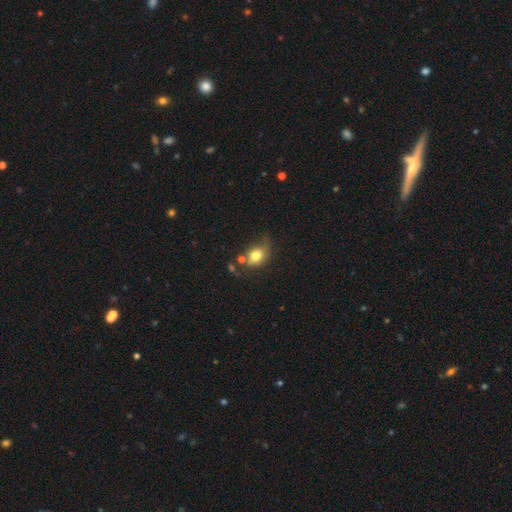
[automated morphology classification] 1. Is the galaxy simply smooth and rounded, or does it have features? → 76% smooth, 14% featured or disk, 10% star or artifact.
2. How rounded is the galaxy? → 54% in between, 45% round, 1% cigar-shaped.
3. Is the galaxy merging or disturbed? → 47% none, 26% minor disturbance, 15% merger, 12% major disturbance.